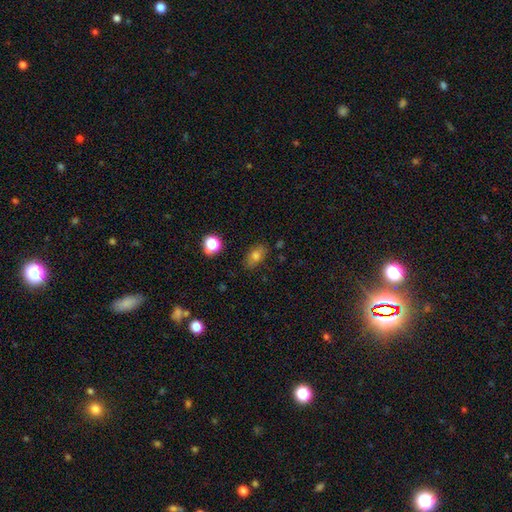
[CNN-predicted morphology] Smooth or featured?
  - smooth: 75% *
  - featured or disk: 13%
  - star or artifact: 12%
How rounded?
  - in between: 82% *
  - round: 14%
  - cigar-shaped: 4%
Merging?
  - none: 78% *
  - minor disturbance: 16%
  - major disturbance: 4%
  - merger: 3%